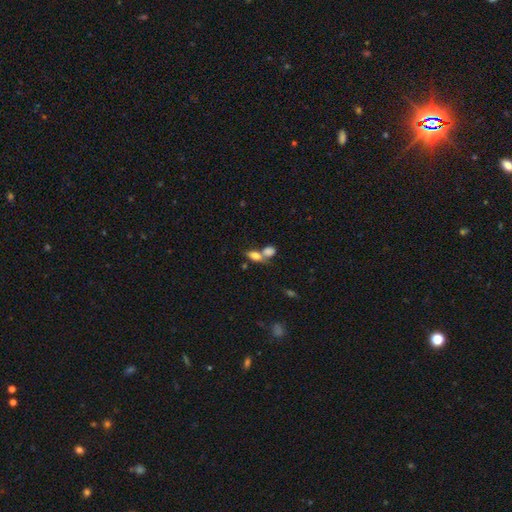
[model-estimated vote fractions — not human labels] smooth-or-featured: smooth: 74% | featured or disk: 16% | star or artifact: 10%
  how-rounded: in between: 77% | round: 13% | cigar-shaped: 10%
  merging: merger: 54% | none: 33% | minor disturbance: 9% | major disturbance: 5%